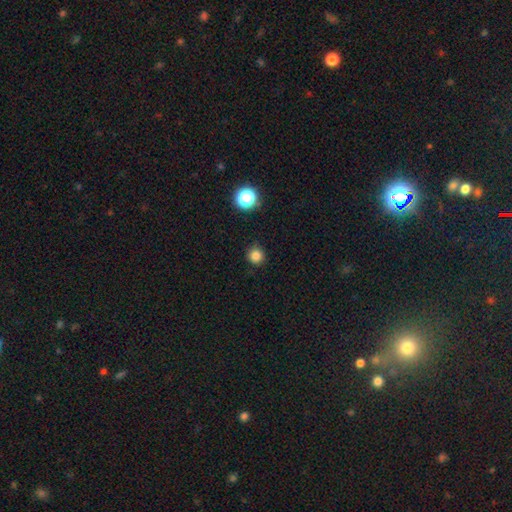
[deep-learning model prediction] A smooth galaxy with no disk features (82%) that is round (95%). Merging: none (90%).